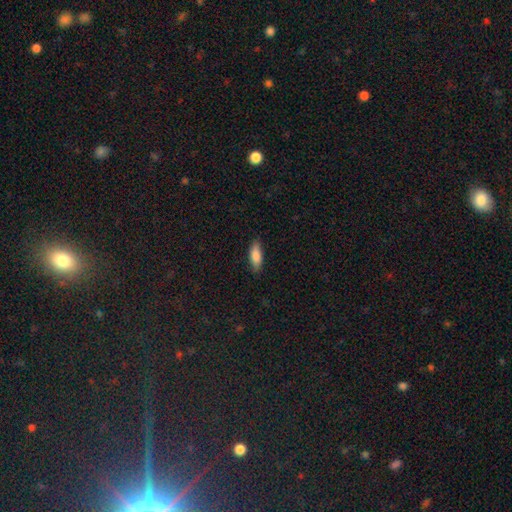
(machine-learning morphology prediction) The model was most divided on "how rounded": in between: 71%, cigar-shaped: 27%, round: 2%. More confident: smooth or featured — smooth (85%); merging — none (84%).